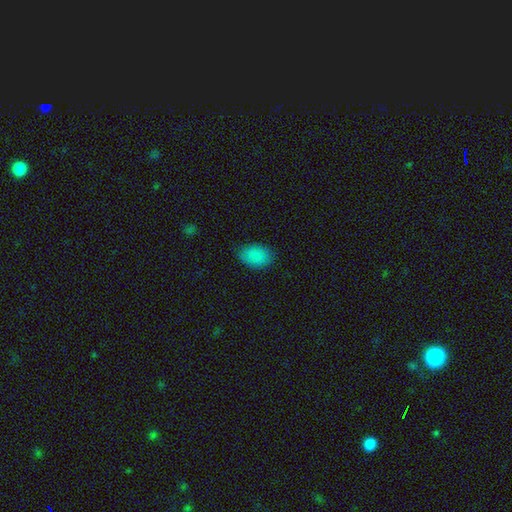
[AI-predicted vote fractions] The model was most divided on "how rounded": in between: 83%, round: 16%, cigar-shaped: 1%. More confident: smooth or featured — smooth (87%); merging — none (82%).